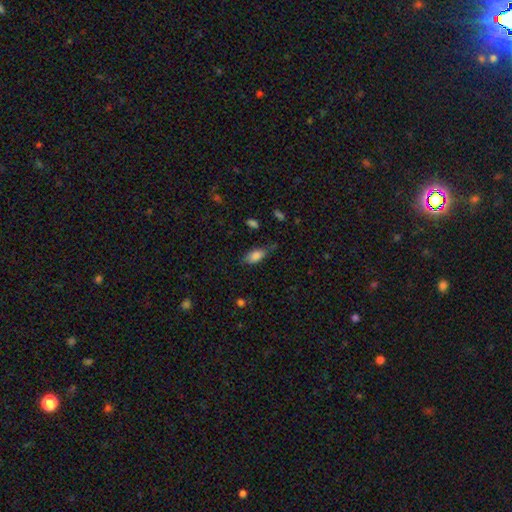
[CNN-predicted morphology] smooth_or_featured: smooth (p=0.84) [alt: featured or disk p=0.08]
how_rounded: in between (p=0.85) [alt: cigar-shaped p=0.12]
merging: none (p=0.63) [alt: minor disturbance p=0.27]